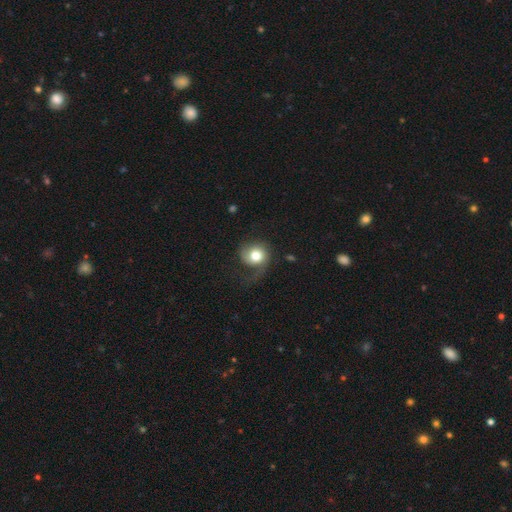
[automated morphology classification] type=smooth (61%); roundness=round (77%); merging=none (40%).